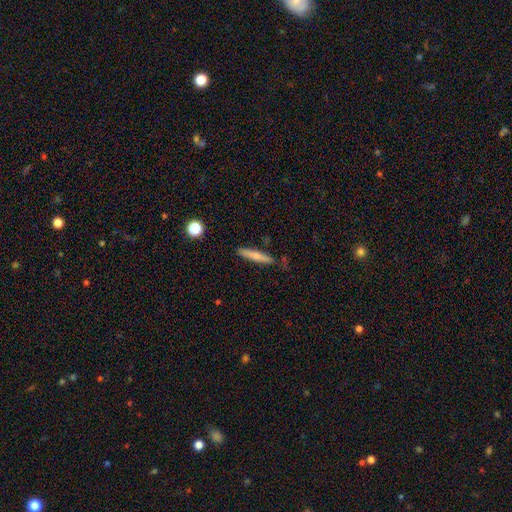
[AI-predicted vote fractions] Q: Smooth or featured?
A: smooth (68%); runner-up: featured or disk (25%)
Q: How rounded?
A: cigar-shaped (92%); runner-up: in between (7%)
Q: Merging?
A: none (84%); runner-up: minor disturbance (12%)